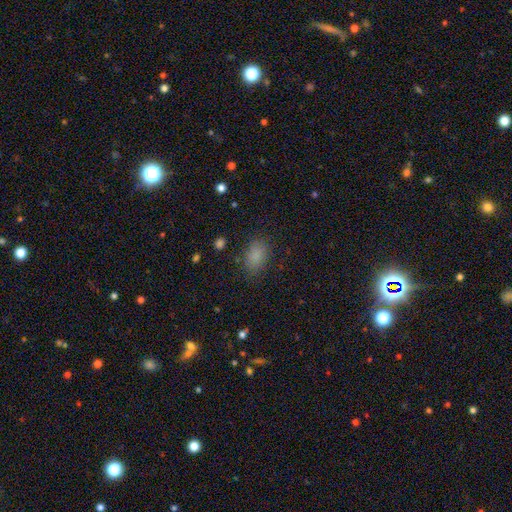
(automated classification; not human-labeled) smooth_or_featured: smooth (p=0.83) [alt: star or artifact p=0.12]
how_rounded: in between (p=0.83) [alt: round p=0.16]
merging: none (p=0.82) [alt: minor disturbance p=0.12]